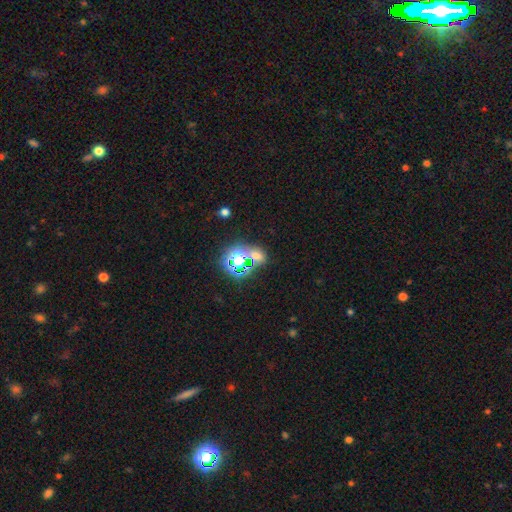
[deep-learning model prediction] Overall: star or artifact (57%; smooth 33%).